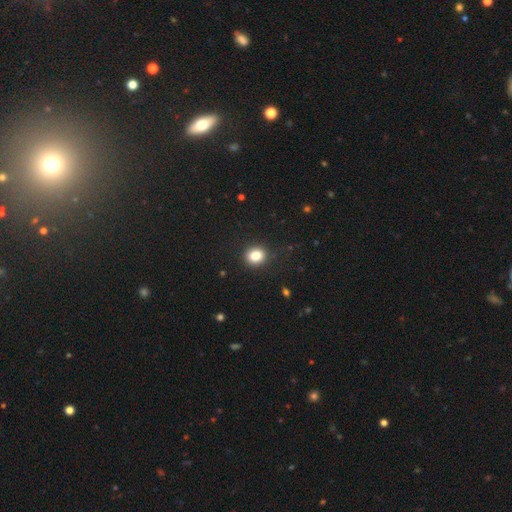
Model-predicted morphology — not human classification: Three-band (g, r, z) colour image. It shows a smooth galaxy with no disk features (84%) that is round (77%). Merging: none (89%).